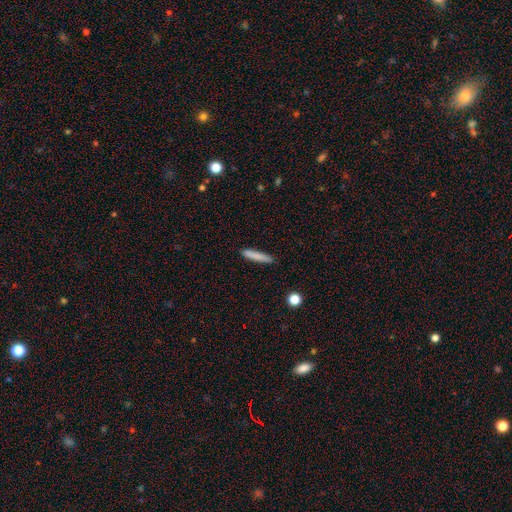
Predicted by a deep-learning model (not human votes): smooth_or_featured: smooth (p=0.82) [alt: featured or disk p=0.11]
how_rounded: cigar-shaped (p=0.90) [alt: in between p=0.08]
merging: none (p=0.88) [alt: minor disturbance p=0.08]